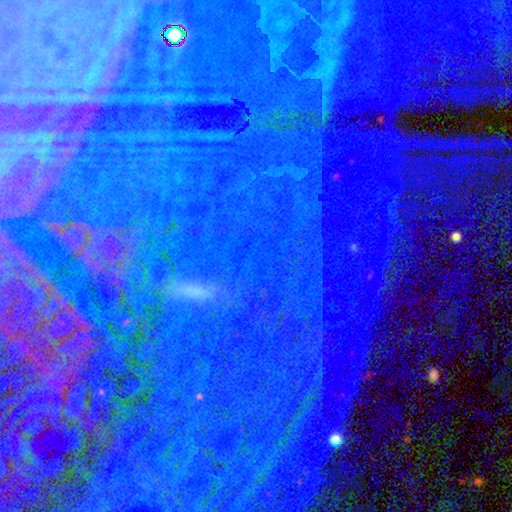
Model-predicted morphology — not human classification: star or artifact 82%, featured or disk 11%, smooth 7%.